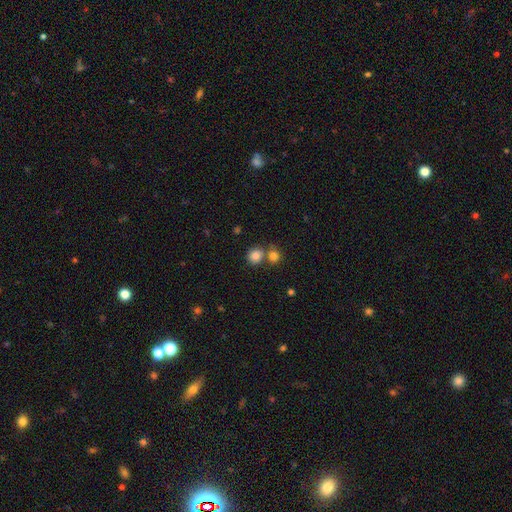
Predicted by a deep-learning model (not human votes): Morphology: type=smooth (83%); roundness=round (82%); merging=none (57%).